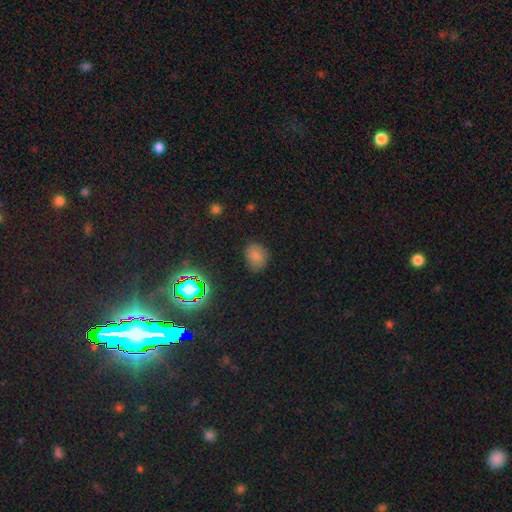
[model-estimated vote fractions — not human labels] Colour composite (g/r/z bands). It shows a smooth galaxy with no disk features (75%) that is in between round and cigar-shaped (57%). Merging: none (80%).